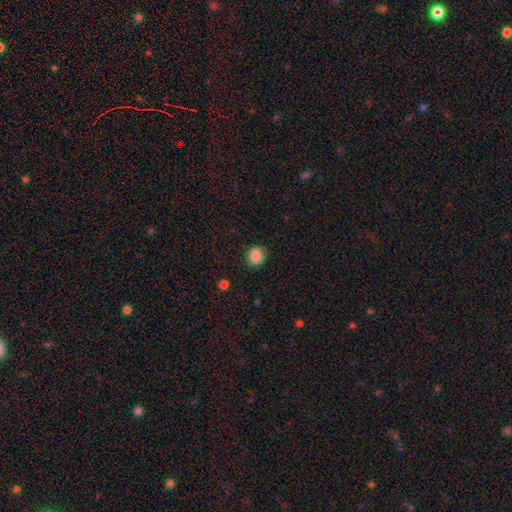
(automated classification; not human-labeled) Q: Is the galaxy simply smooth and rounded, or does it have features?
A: smooth — 86%.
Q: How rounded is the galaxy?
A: round — 65%.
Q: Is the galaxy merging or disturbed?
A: none — 82%.